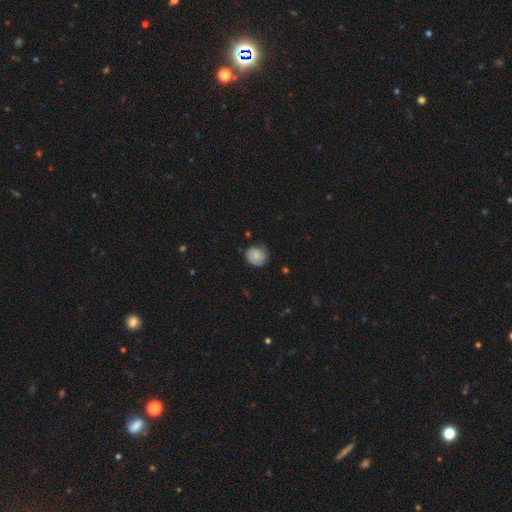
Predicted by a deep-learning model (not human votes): smooth-or-featured: smooth: 78% | featured or disk: 15% | star or artifact: 7%
  how-rounded: round: 80% | in between: 19% | cigar-shaped: 1%
  merging: none: 70% | minor disturbance: 24% | major disturbance: 5% | merger: 1%